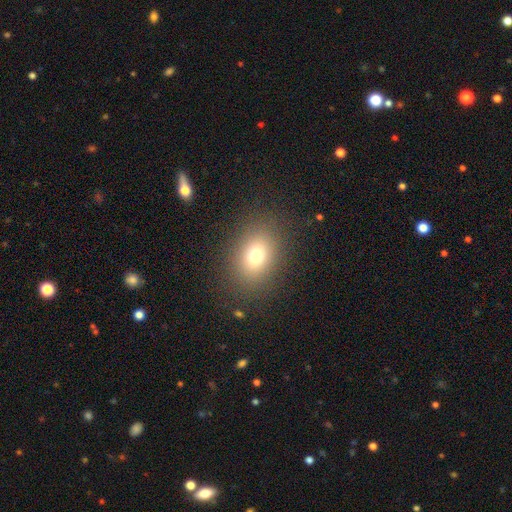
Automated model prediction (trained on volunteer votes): smooth-or-featured: smooth: 74% | star or artifact: 14% | featured or disk: 11%
  how-rounded: in between: 65% | round: 33% | cigar-shaped: 1%
  merging: none: 86% | minor disturbance: 8% | major disturbance: 4% | merger: 1%